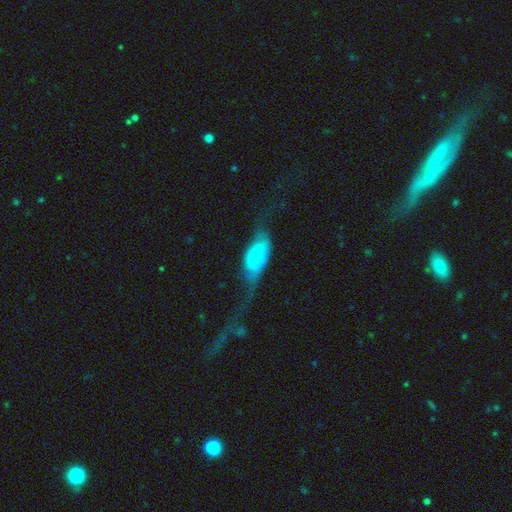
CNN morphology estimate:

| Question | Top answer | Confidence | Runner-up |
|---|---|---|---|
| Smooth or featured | smooth | 54% | featured or disk (38%) |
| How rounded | in between | 85% | cigar-shaped (12%) |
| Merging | major disturbance | 55% | minor disturbance (20%) |